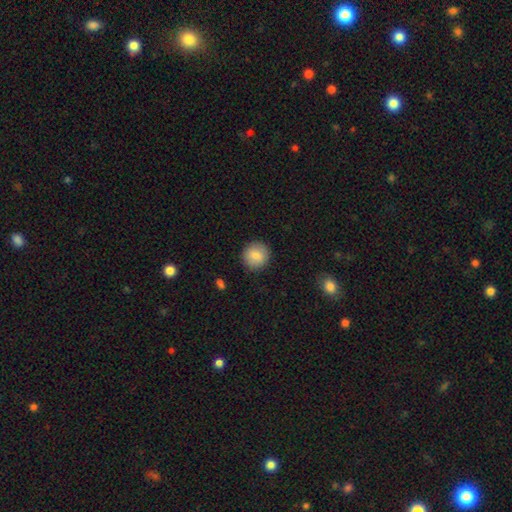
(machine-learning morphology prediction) smooth-or-featured: smooth: 84% | featured or disk: 8% | star or artifact: 8%
  how-rounded: round: 90% | in between: 9% | cigar-shaped: 1%
  merging: none: 90% | minor disturbance: 7% | major disturbance: 2% | merger: 1%